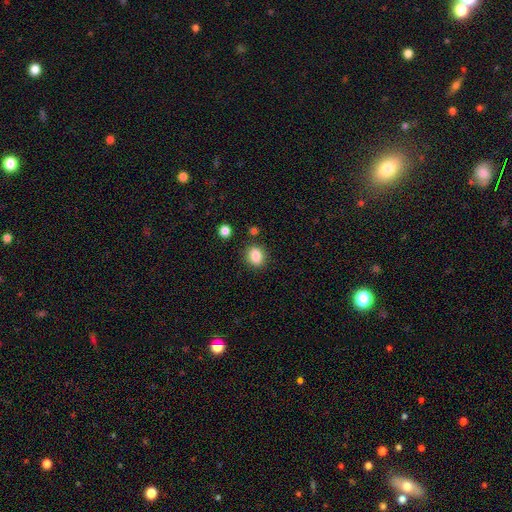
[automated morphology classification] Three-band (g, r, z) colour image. It shows a smooth galaxy with no disk features (86%) that is round (57%). Merging: none (83%).